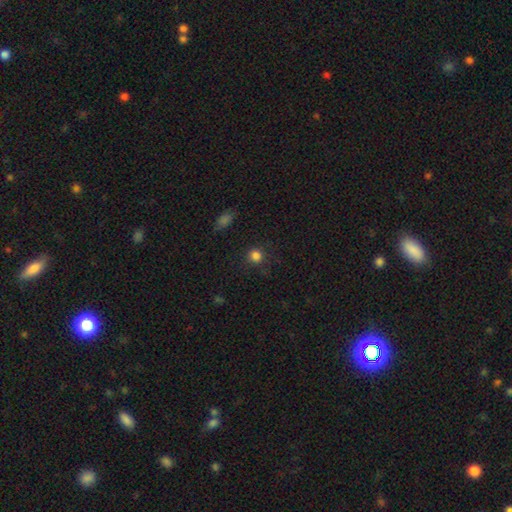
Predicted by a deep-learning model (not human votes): smooth_or_featured: smooth (p=0.81) [alt: star or artifact p=0.15]
how_rounded: round (p=0.91) [alt: in between p=0.08]
merging: none (p=0.82) [alt: minor disturbance p=0.11]